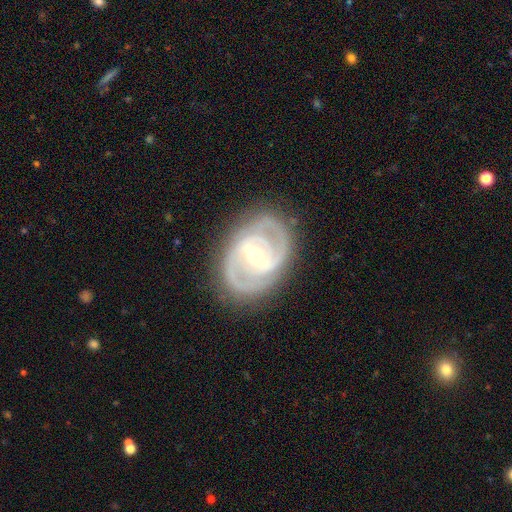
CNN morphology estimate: Smooth or featured? Predicted: featured or disk (p=0.90). Edge-on disk? Predicted: no (p=0.97). Bar? Predicted: weak (p=0.46). Spiral arms? Predicted: yes (p=0.96). Spiral winding? Predicted: tight (p=0.54). Spiral arm count? Predicted: 2 (p=0.69). Bulge size? Predicted: moderate (p=0.56). Merging? Predicted: none (p=0.81).